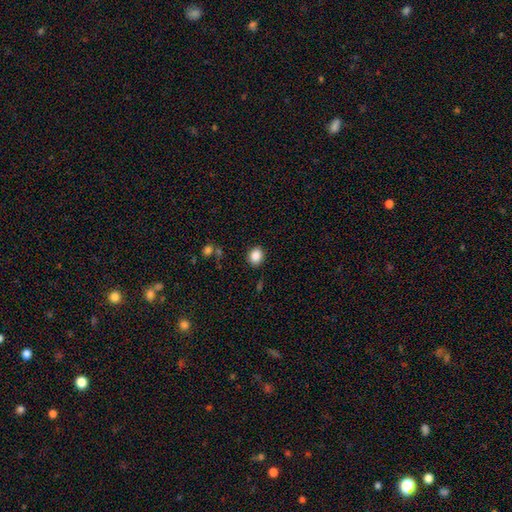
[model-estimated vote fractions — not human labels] A smooth galaxy with no disk features (87%) that is round (61%). Merging: none (87%).